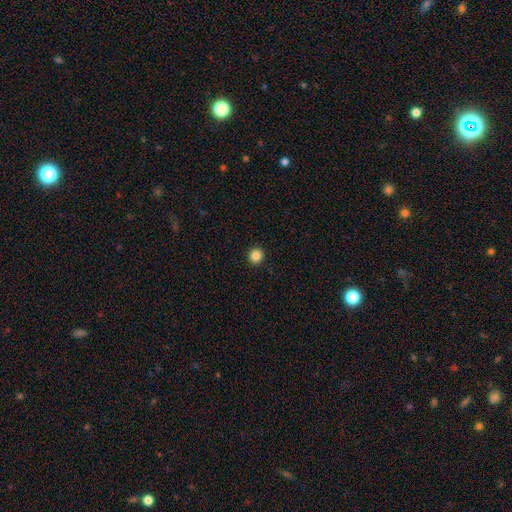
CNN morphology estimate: A smooth galaxy with no disk features (85%) that is round (91%).

Vote fractions:
- Smooth or featured? smooth: 85% / star or artifact: 11% / featured or disk: 3%
- How rounded? round: 91% / in between: 8% / cigar-shaped: 1%
- Merging? none: 93% / minor disturbance: 4% / major disturbance: 2% / merger: 1%